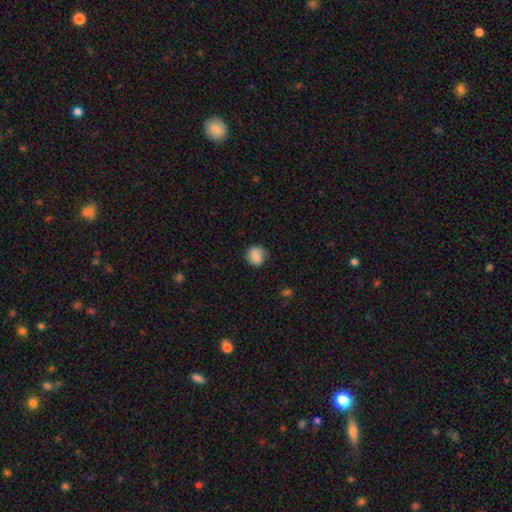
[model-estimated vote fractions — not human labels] Overall: smooth (80%). How rounded: round (82%). Merging: none (70%).